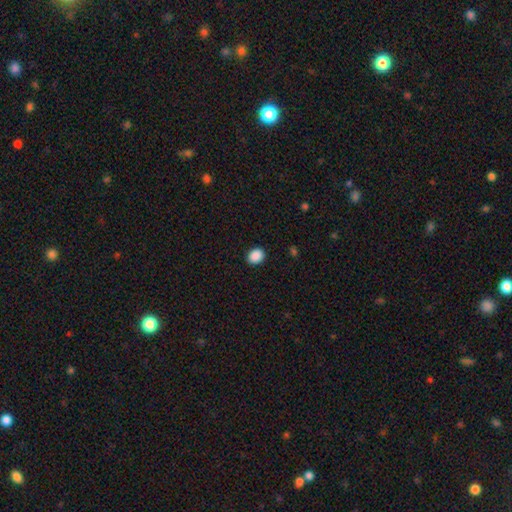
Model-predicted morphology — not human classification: Q: Smooth or featured?
A: smooth (90%); runner-up: star or artifact (8%)
Q: How rounded?
A: round (52%); runner-up: in between (47%)
Q: Merging?
A: none (91%); runner-up: minor disturbance (6%)